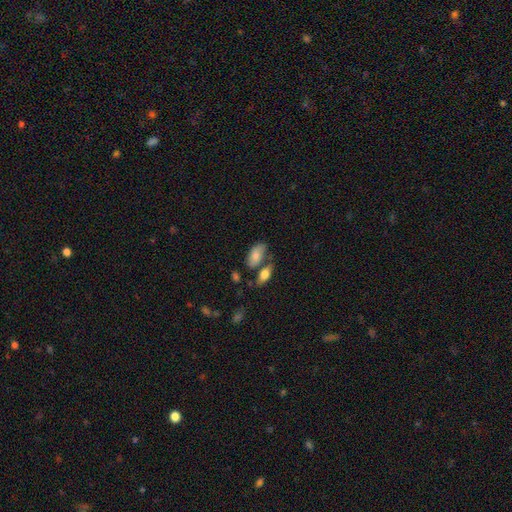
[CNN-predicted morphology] Smooth or featured? Predicted: smooth (p=0.76). How rounded? Predicted: in between (p=0.91). Merging? Predicted: none (p=0.49).